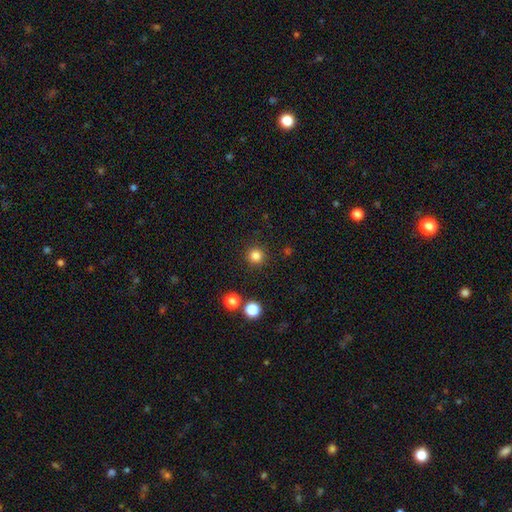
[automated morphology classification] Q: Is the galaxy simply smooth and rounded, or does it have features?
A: smooth — 83%.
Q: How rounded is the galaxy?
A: round — 96%.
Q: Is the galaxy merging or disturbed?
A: none — 91%.